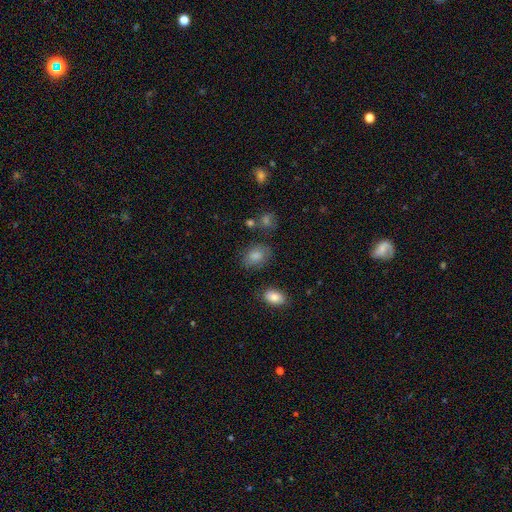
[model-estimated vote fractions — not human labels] Morphology: type=smooth (81%); roundness=in between (79%); merging=none (72%).